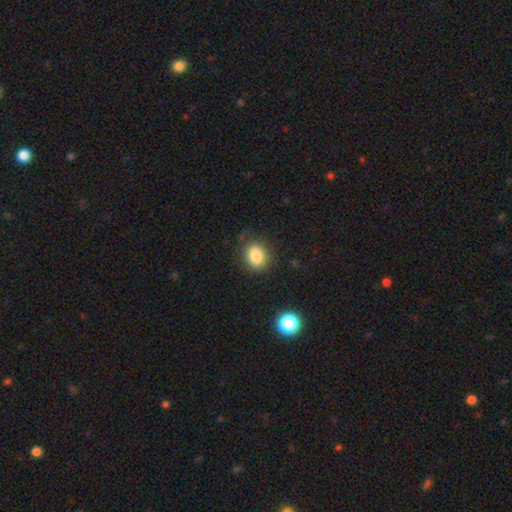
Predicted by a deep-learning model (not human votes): Smooth or featured? smooth (84%)
How rounded? round (55%)
Merging? none (82%)